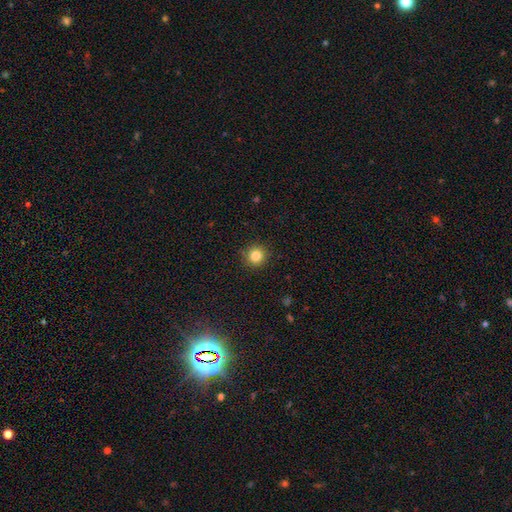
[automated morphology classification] Q: Smooth or featured?
A: smooth (83%); runner-up: star or artifact (11%)
Q: How rounded?
A: round (94%); runner-up: in between (5%)
Q: Merging?
A: none (91%); runner-up: minor disturbance (6%)